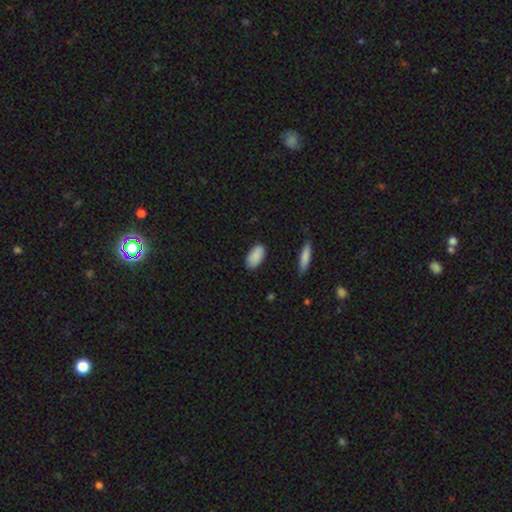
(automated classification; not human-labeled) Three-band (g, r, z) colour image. It shows a smooth galaxy with no disk features (89%) that is in between round and cigar-shaped (93%). Merging: none (83%).